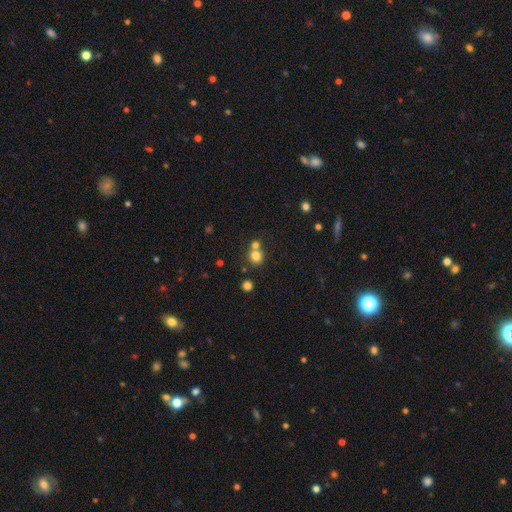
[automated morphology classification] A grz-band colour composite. It shows a smooth galaxy with no disk features (78%) that is round (84%). Merging: none (53%).